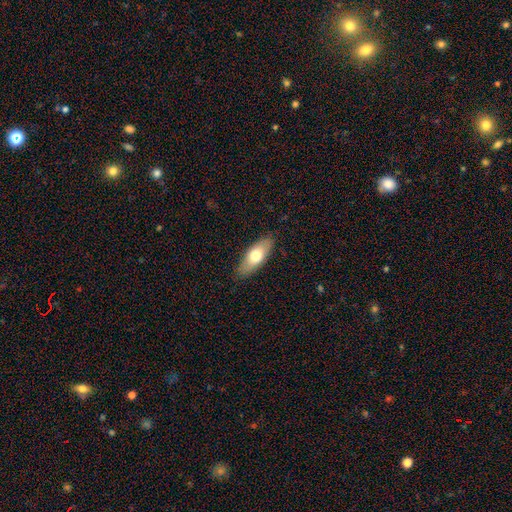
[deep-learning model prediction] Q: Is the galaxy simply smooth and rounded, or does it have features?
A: smooth — 68%.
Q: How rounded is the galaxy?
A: in between — 74%.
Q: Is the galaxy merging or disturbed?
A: none — 85%.